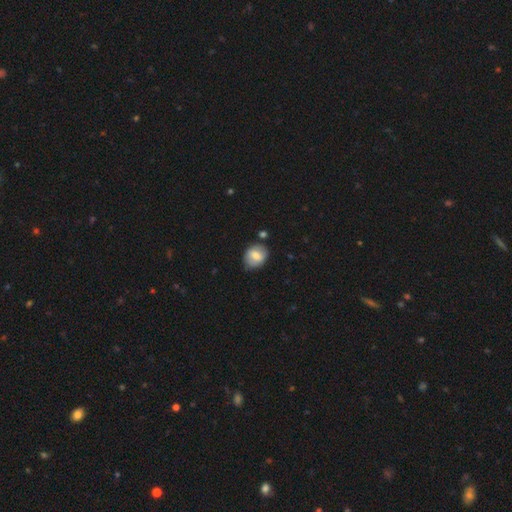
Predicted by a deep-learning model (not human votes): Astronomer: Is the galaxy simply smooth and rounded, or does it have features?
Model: smooth — 66%.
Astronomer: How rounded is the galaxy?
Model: round — 54% (runner-up: in between, 45%).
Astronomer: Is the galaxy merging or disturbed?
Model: none — 75%.